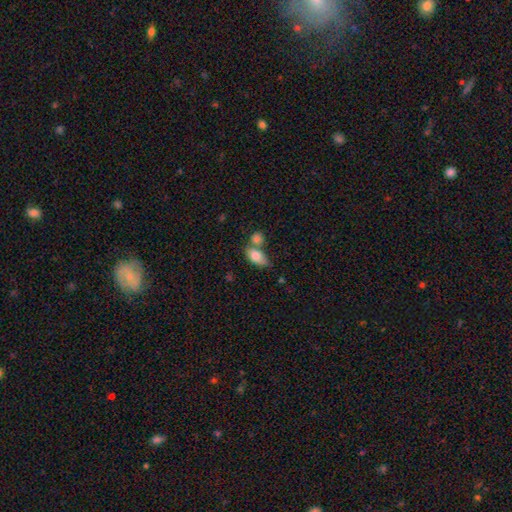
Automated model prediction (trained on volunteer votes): smooth 80%, featured or disk 13%, star or artifact 7%. Down the decision tree: how rounded — in between (85%); merging — merger (41%).